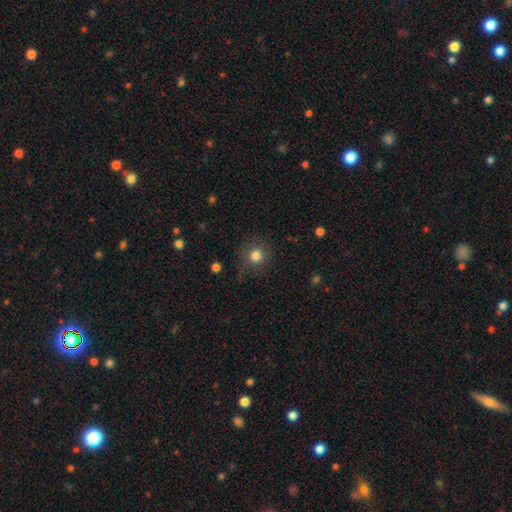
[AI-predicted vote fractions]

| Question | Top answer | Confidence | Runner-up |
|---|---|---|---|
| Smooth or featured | smooth | 82% | star or artifact (12%) |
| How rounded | round | 92% | in between (7%) |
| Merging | none | 82% | minor disturbance (12%) |